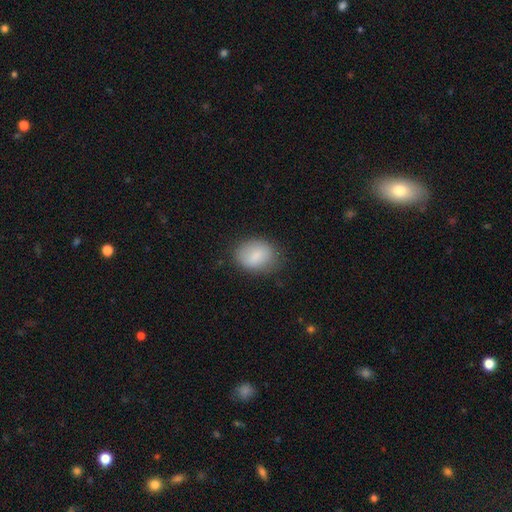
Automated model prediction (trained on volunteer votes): Morphology: type=smooth (83%); roundness=in between (55%); merging=none (76%).